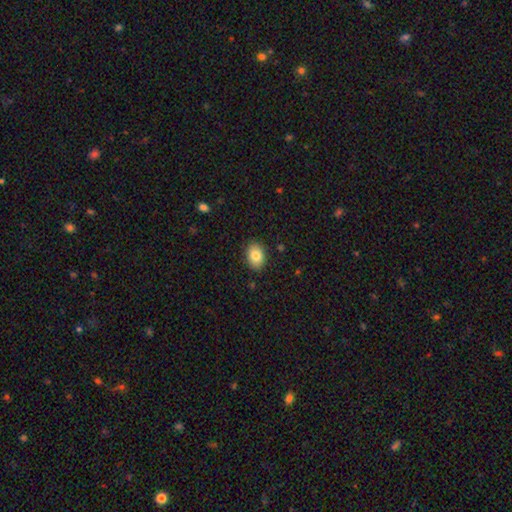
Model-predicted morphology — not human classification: Overall: smooth (82%). How rounded: in between (80%). Merging: none (88%).